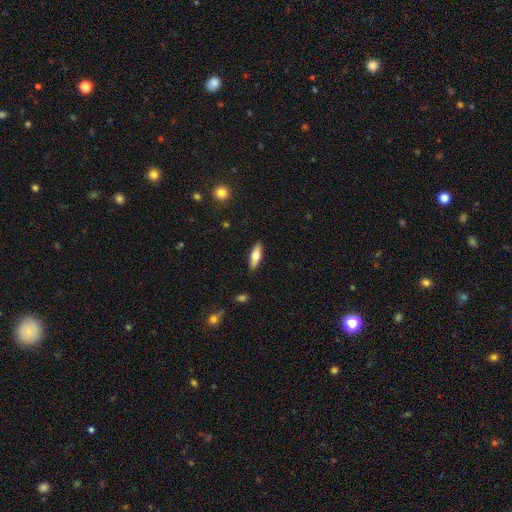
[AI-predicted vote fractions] Smooth or featured? Predicted: smooth (p=0.65). How rounded? Predicted: in between (p=0.56). Merging? Predicted: none (p=0.89).